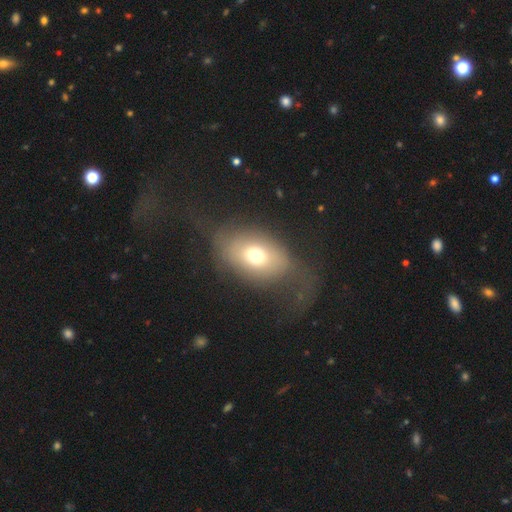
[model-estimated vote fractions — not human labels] Smooth or featured: smooth — 66% (featured or disk — 22%)
How rounded: in between — 73% (round — 26%)
Merging: none — 47% (major disturbance — 31%)